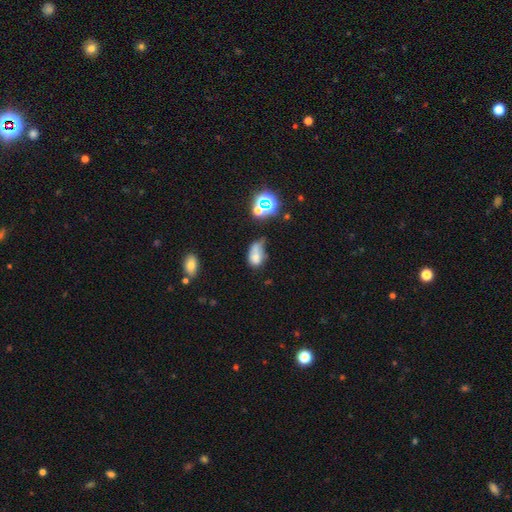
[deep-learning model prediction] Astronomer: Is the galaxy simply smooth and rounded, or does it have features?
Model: smooth — 63%.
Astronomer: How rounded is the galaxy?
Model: in between — 81%.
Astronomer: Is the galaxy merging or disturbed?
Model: minor disturbance — 32% (runner-up: major disturbance, 29%).